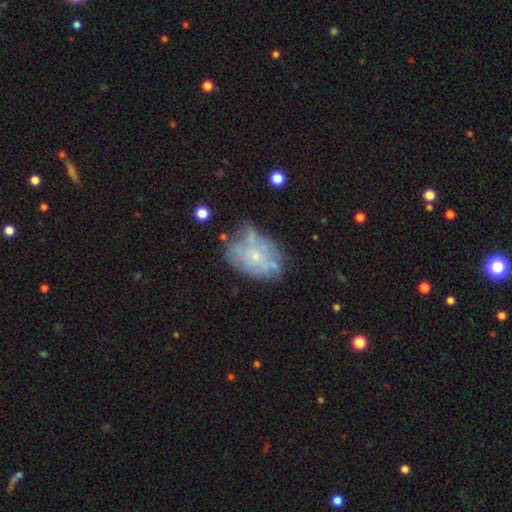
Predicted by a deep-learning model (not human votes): Smooth or featured?
  - featured or disk: 61% *
  - smooth: 29%
  - star or artifact: 10%
Edge-on disk?
  - no: 96% *
  - yes: 4%
Bar?
  - no: 86% *
  - weak: 12%
  - strong: 2%
Spiral arms?
  - no: 62% *
  - yes: 38%
Bulge size?
  - small: 76% *
  - moderate: 16%
  - none: 6%
  - large: 1%
  - dominant: 1%
Merging?
  - none: 42% *
  - minor disturbance: 29%
  - major disturbance: 19%
  - merger: 9%